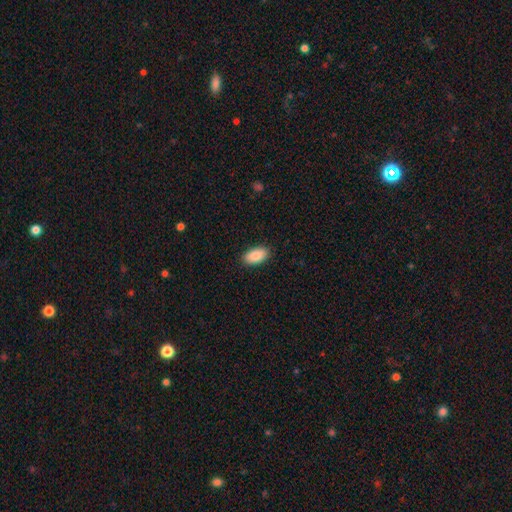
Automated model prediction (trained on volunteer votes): smooth_or_featured: smooth (p=0.88) [alt: star or artifact p=0.06]
how_rounded: in between (p=0.95) [alt: round p=0.03]
merging: none (p=0.89) [alt: minor disturbance p=0.08]